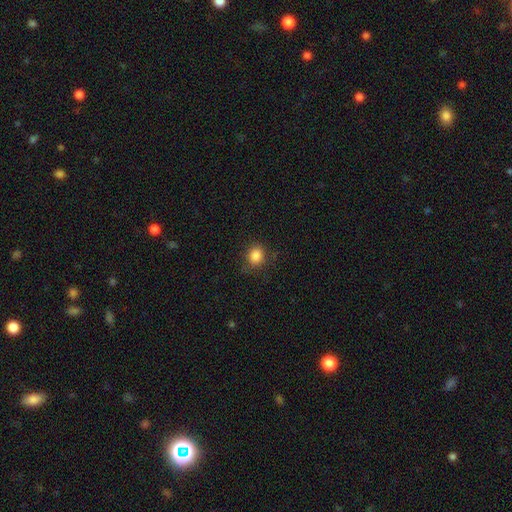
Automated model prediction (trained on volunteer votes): This appears to be a smooth galaxy with no disk features (85%) that is round (73%). Merging: none (80%).